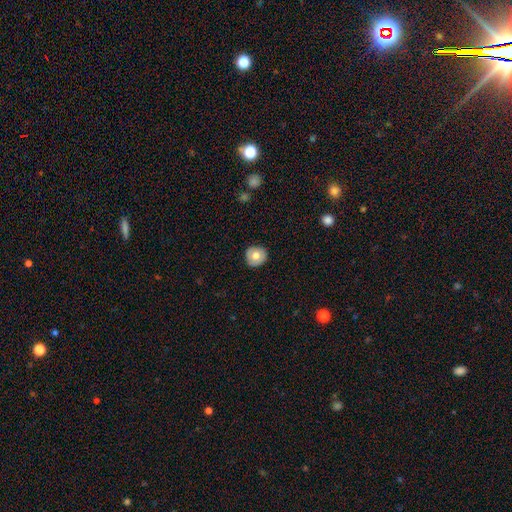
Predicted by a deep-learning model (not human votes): Smooth or featured?
  - smooth: 68% *
  - featured or disk: 25%
  - star or artifact: 7%
How rounded?
  - round: 89% *
  - in between: 10%
  - cigar-shaped: 1%
Merging?
  - none: 88% *
  - minor disturbance: 9%
  - major disturbance: 2%
  - merger: 1%